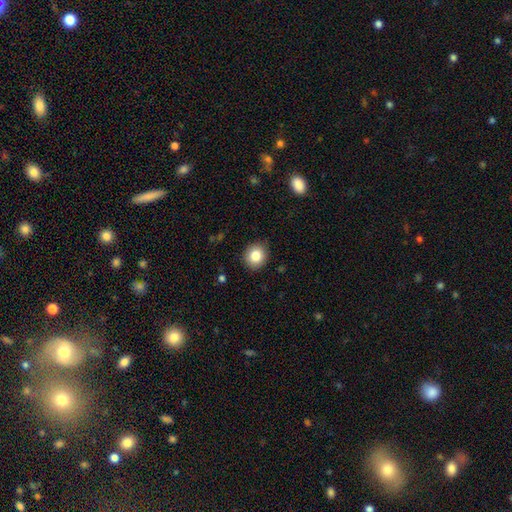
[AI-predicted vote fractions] The model was most divided on "how rounded": round: 84%, in between: 15%, cigar-shaped: 1%. More confident: merging — none (88%); smooth or featured — smooth (83%).